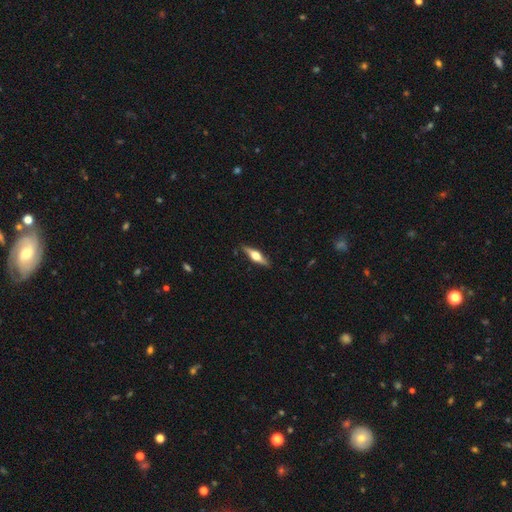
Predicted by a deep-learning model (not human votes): This appears to be a featured or disk galaxy (67%) viewed edge-on (97%) with a rounded central bulge (94%). Merging: none (88%).